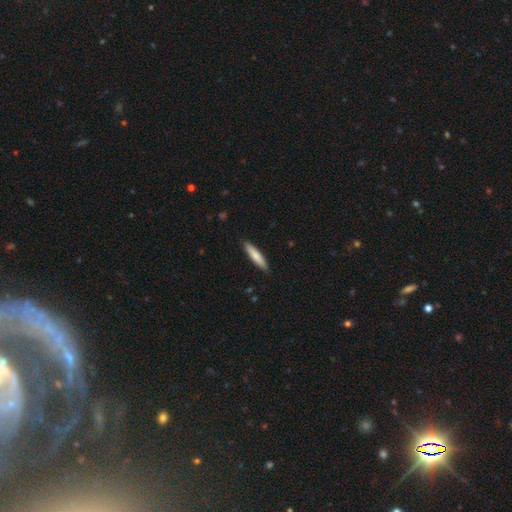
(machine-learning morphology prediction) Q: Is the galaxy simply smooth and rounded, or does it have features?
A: smooth — 77%.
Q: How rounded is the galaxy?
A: cigar-shaped — 85%.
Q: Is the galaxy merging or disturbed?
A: none — 89%.